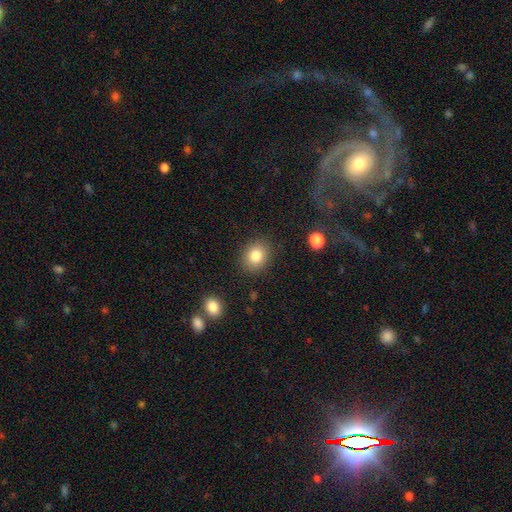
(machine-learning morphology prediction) Smooth or featured? smooth (83%)
How rounded? round (55%)
Merging? none (87%)